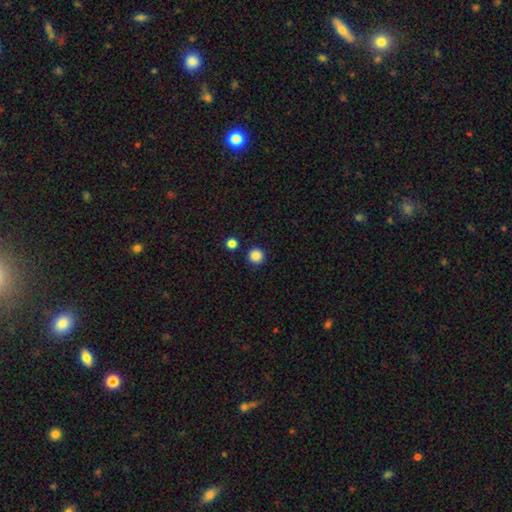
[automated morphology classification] Smooth or featured?
  - smooth: 87% *
  - star or artifact: 11%
  - featured or disk: 3%
How rounded?
  - round: 96% *
  - in between: 3%
  - cigar-shaped: 1%
Merging?
  - none: 90% *
  - minor disturbance: 6%
  - merger: 3%
  - major disturbance: 2%